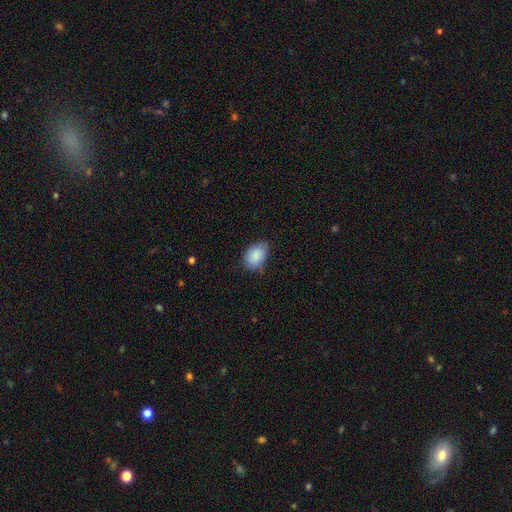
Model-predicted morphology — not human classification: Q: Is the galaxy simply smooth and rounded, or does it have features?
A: smooth — 88%.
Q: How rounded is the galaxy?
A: in between — 80%.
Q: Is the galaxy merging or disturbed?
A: none — 72%.